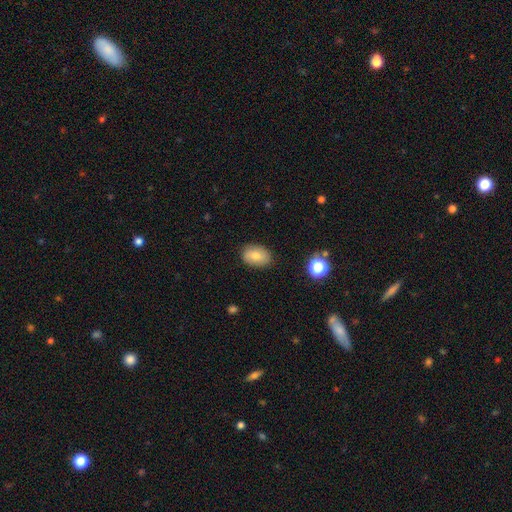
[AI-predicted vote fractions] Overall: smooth (77%). How rounded: in between (82%). Merging: none (85%).